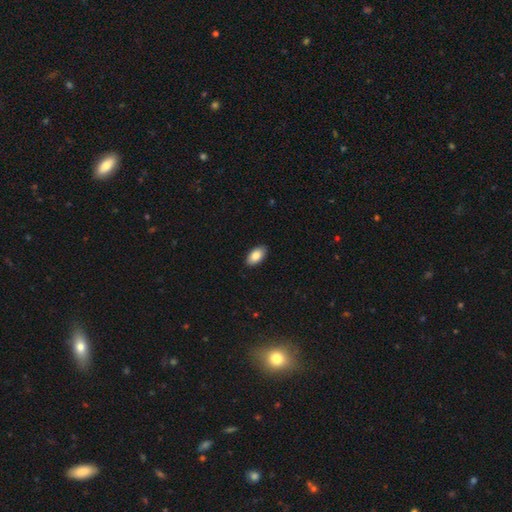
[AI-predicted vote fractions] Smooth or featured: smooth — 86% (featured or disk — 7%)
How rounded: in between — 94% (round — 3%)
Merging: none — 89% (minor disturbance — 8%)